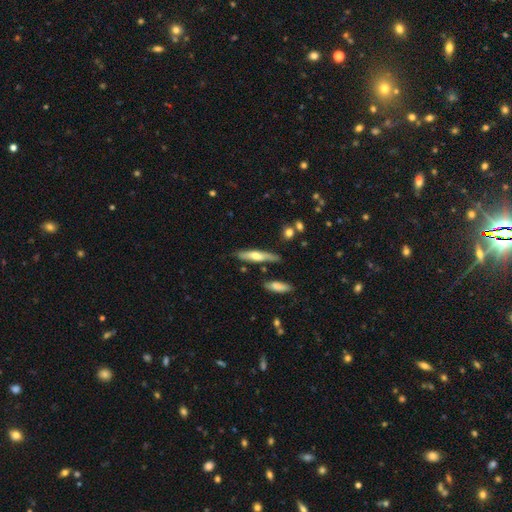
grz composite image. It shows a smooth galaxy with no disk features (64%) that is cigar-shaped (80%). Merging: none (74%).